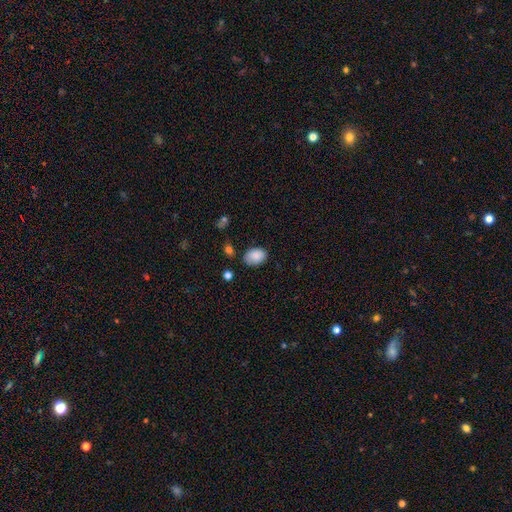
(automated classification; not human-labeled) This appears to be a smooth galaxy with no disk features (86%) that is in between round and cigar-shaped (82%). Merging: none (73%).